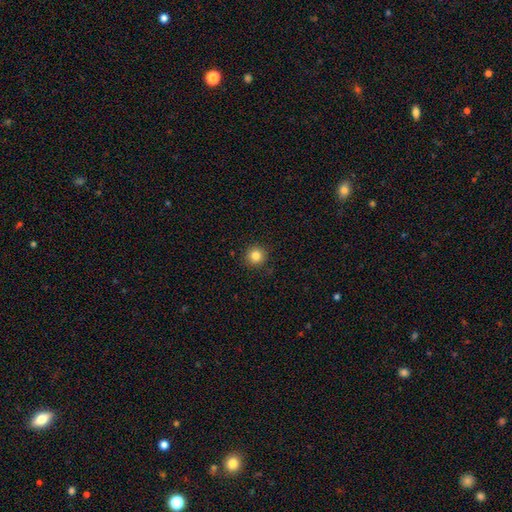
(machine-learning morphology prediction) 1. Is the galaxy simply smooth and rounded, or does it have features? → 84% smooth, 11% star or artifact, 5% featured or disk.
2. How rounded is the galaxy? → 94% round, 5% in between, 1% cigar-shaped.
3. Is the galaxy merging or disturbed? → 91% none, 6% minor disturbance, 2% major disturbance, 1% merger.